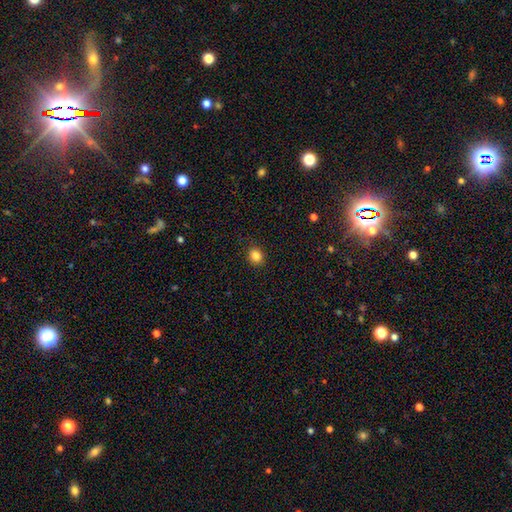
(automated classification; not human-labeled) Smooth or featured?
  - smooth: 85% *
  - star or artifact: 11%
  - featured or disk: 4%
How rounded?
  - round: 65% *
  - in between: 35%
  - cigar-shaped: 1%
Merging?
  - none: 90% *
  - minor disturbance: 7%
  - major disturbance: 2%
  - merger: 1%